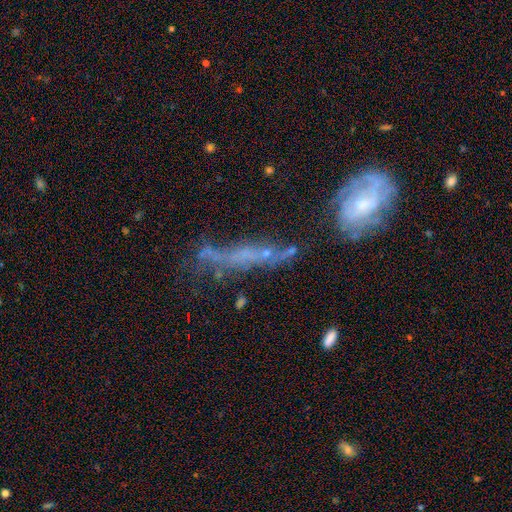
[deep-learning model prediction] Smooth or featured: featured or disk — 53% (smooth — 31%)
Edge-on disk: no — 53% (yes — 47%)
Merging: none — 42% (minor disturbance — 22%)